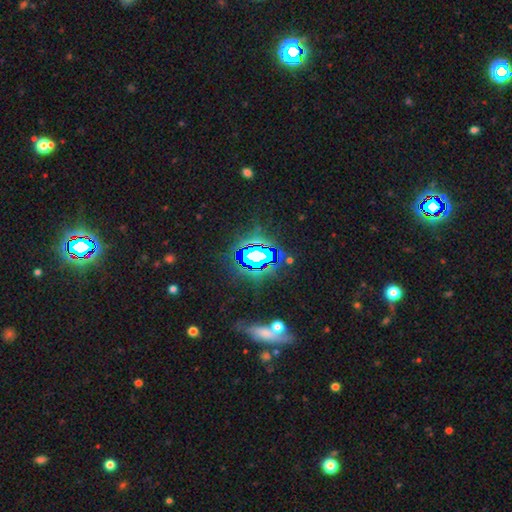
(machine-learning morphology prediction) The model was most divided on "smooth or featured": star or artifact: 76%, smooth: 13%, featured or disk: 11%.